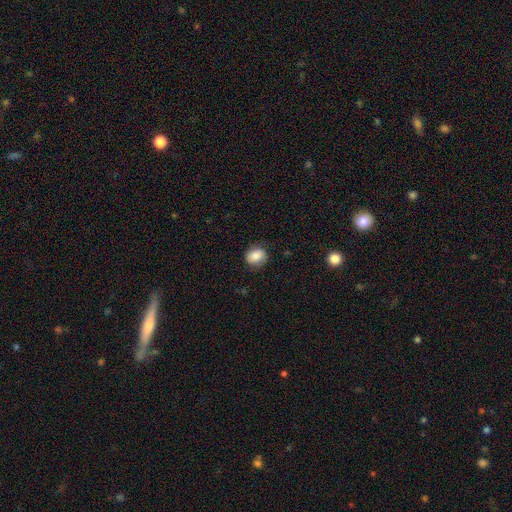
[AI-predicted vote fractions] smooth-or-featured: smooth: 81% | featured or disk: 11% | star or artifact: 8%
  how-rounded: round: 59% | in between: 40% | cigar-shaped: 1%
  merging: none: 78% | minor disturbance: 16% | major disturbance: 4% | merger: 1%